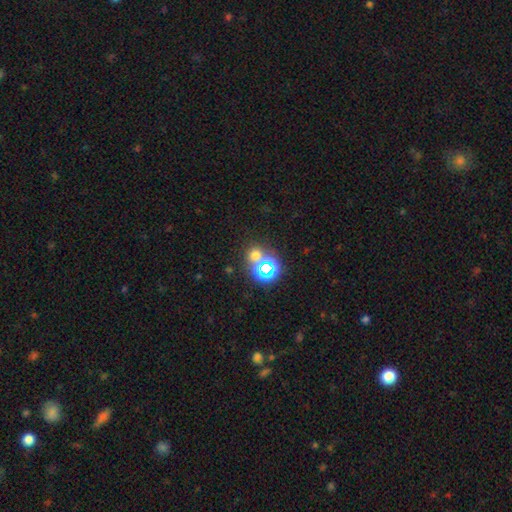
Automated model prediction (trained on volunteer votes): Smooth or featured?
  - smooth: 52% *
  - star or artifact: 40%
  - featured or disk: 8%
How rounded?
  - round: 84% *
  - in between: 15%
  - cigar-shaped: 1%
Merging?
  - none: 63% *
  - merger: 26%
  - minor disturbance: 7%
  - major disturbance: 4%